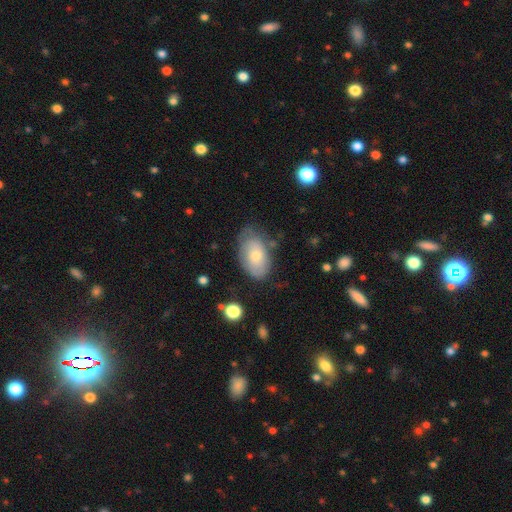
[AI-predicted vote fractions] smooth-or-featured: smooth: 58% | featured or disk: 35% | star or artifact: 7%
  how-rounded: in between: 91% | round: 7% | cigar-shaped: 2%
  merging: none: 64% | minor disturbance: 26% | major disturbance: 8% | merger: 2%